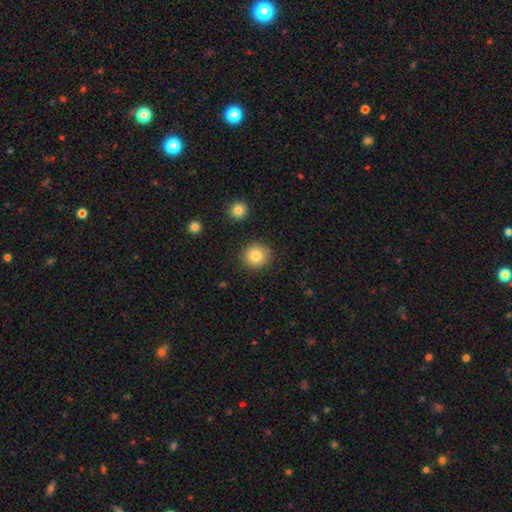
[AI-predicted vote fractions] smooth_or_featured: smooth (p=0.84) [alt: star or artifact p=0.10]
how_rounded: round (p=0.91) [alt: in between p=0.08]
merging: none (p=0.88) [alt: minor disturbance p=0.07]